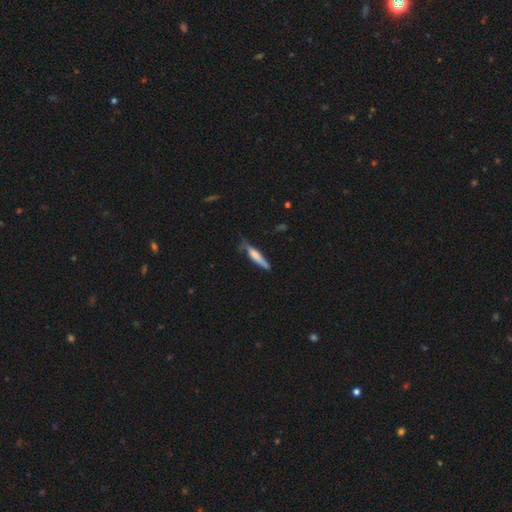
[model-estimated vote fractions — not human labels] Smooth or featured? Predicted: smooth (p=0.64). How rounded? Predicted: cigar-shaped (p=0.88). Merging? Predicted: none (p=0.57).